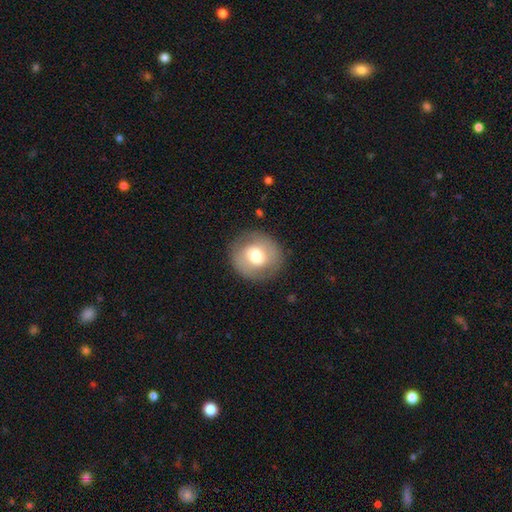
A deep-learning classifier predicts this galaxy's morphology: smooth-or-featured: smooth: 61% | featured or disk: 31% | star or artifact: 8%
  how-rounded: round: 84% | in between: 15% | cigar-shaped: 1%
  merging: none: 85% | minor disturbance: 10% | major disturbance: 4% | merger: 1%